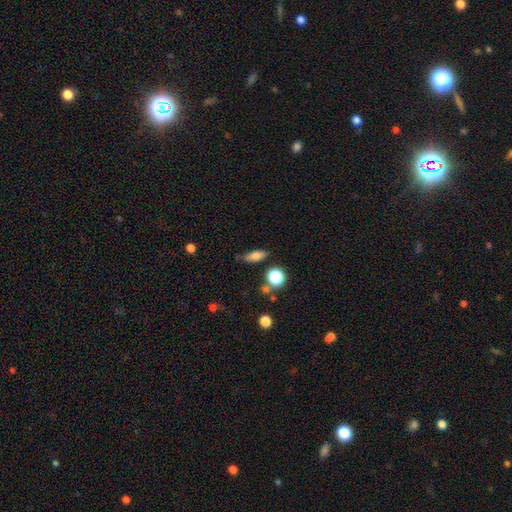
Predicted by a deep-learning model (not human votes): The model was most divided on "how rounded": in between: 62%, cigar-shaped: 30%, round: 8%. More confident: smooth or featured — smooth (72%); merging — none (72%).